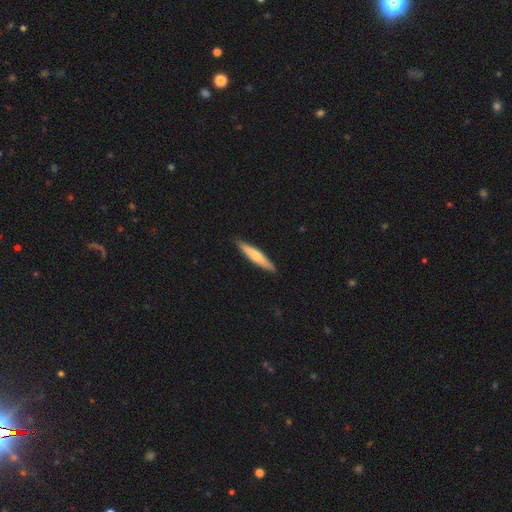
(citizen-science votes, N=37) Smooth or featured: smooth — 57% (featured or disk — 41%)
How rounded: cigar-shaped — 90% (in between — 10%)
Merging: none — 100%